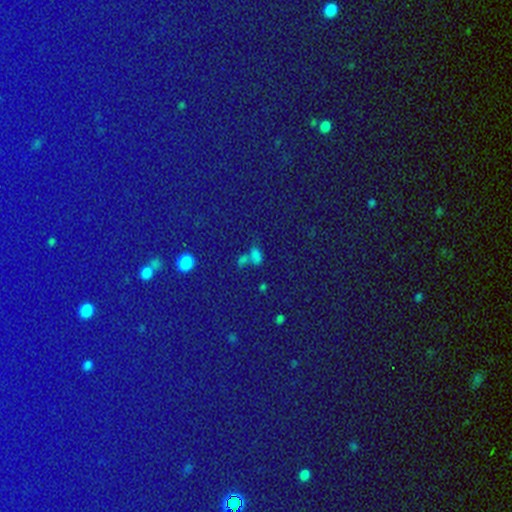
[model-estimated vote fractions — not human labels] star or artifact 75%, smooth 16%, featured or disk 9%.